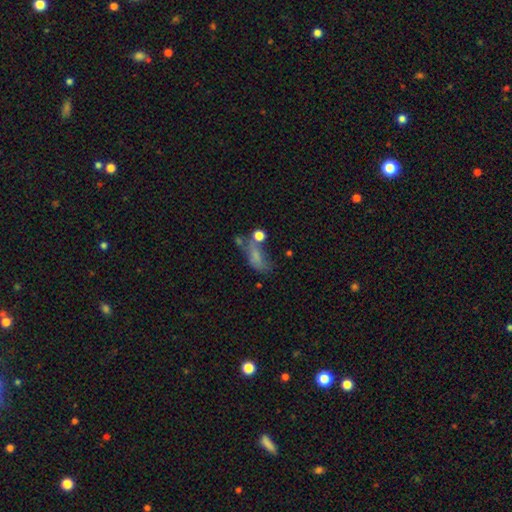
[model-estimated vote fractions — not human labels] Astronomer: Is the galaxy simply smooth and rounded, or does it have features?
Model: smooth — 62%.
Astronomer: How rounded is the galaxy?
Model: in between — 76%.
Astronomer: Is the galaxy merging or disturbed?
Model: none — 28%, tied with major disturbance at 28%.